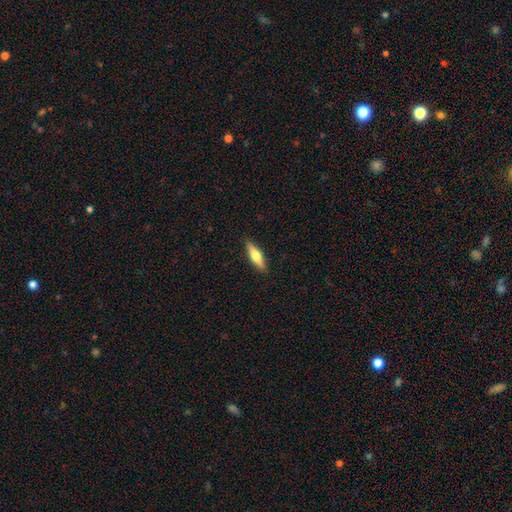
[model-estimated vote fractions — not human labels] smooth-or-featured: smooth: 55% | featured or disk: 40% | star or artifact: 6%
  how-rounded: cigar-shaped: 64% | in between: 34% | round: 2%
  merging: none: 89% | minor disturbance: 8% | major disturbance: 2% | merger: 1%